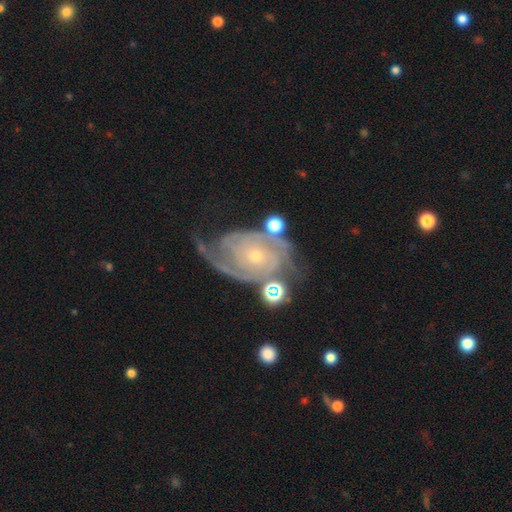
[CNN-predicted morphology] Smooth or featured? Predicted: featured or disk (p=0.89). Edge-on disk? Predicted: no (p=0.97). Bar? Predicted: no (p=0.75). Spiral arms? Predicted: yes (p=0.97). Spiral winding? Predicted: tight (p=0.61). Spiral arm count? Predicted: 2 (p=0.44). Bulge size? Predicted: small (p=0.78). Merging? Predicted: none (p=0.53).